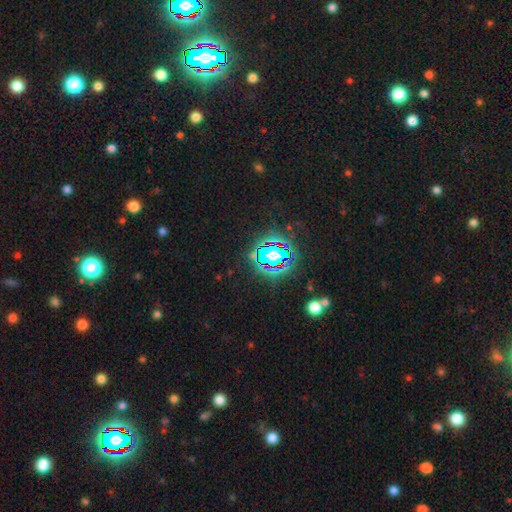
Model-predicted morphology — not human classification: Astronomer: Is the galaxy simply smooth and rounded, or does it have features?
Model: star or artifact — 76%.